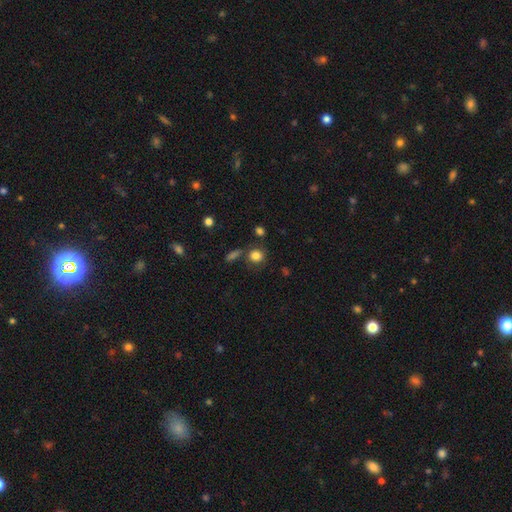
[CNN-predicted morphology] smooth_or_featured: smooth (p=0.82) [alt: star or artifact p=0.11]
how_rounded: round (p=0.81) [alt: in between p=0.18]
merging: none (p=0.71) [alt: minor disturbance p=0.13]